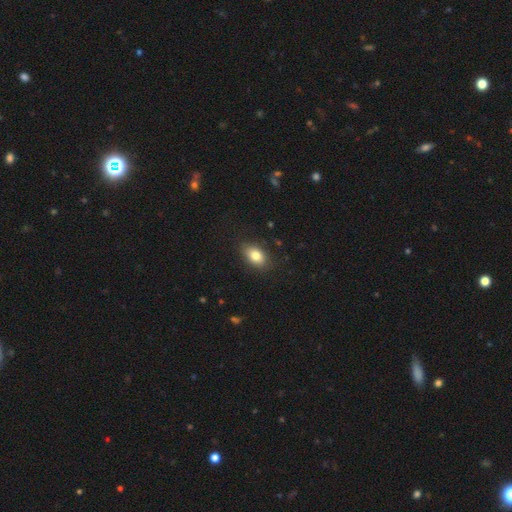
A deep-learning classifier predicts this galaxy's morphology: Smooth or featured? smooth (82%)
How rounded? in between (84%)
Merging? none (83%)